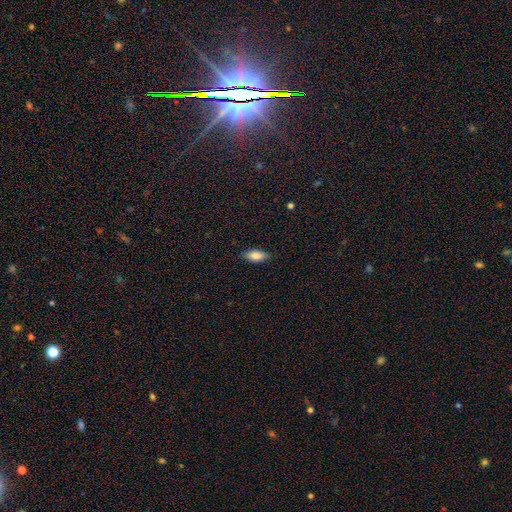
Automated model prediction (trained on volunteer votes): Overall: smooth (83%). How rounded: in between (85%). Merging: none (87%).